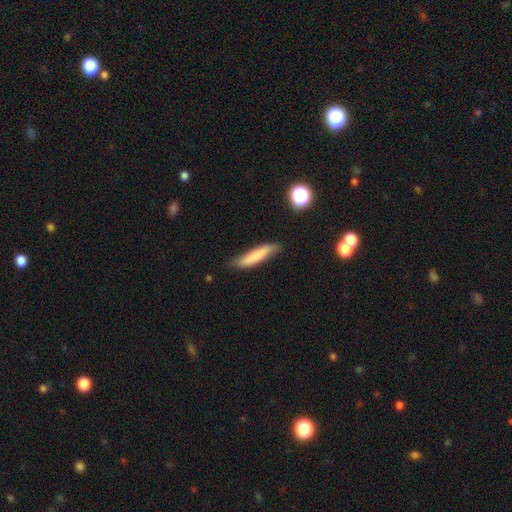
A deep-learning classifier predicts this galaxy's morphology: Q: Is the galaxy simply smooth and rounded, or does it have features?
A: smooth — 78%.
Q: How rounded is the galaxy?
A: cigar-shaped — 81%.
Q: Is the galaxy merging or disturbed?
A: none — 75%.